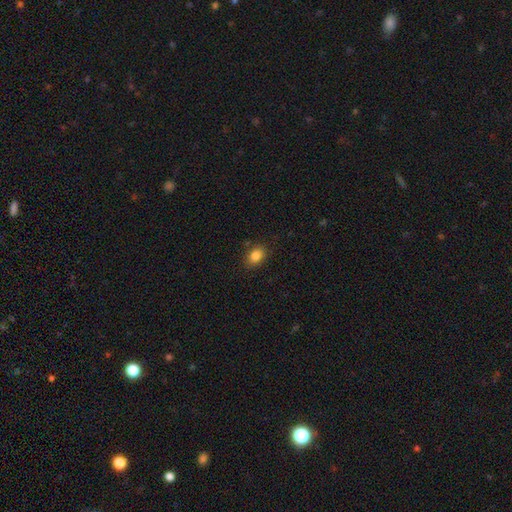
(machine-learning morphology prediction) This is clearly a smooth galaxy (85%). How rounded: likely in between (72%). Merging: clearly none (85%).